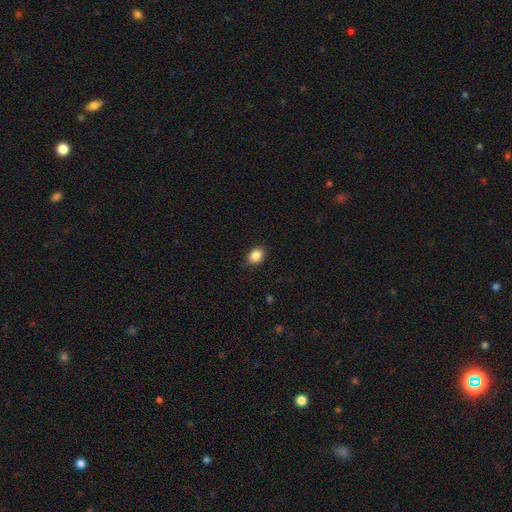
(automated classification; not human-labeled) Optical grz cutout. It shows a smooth galaxy with no disk features (88%) that is in between round and cigar-shaped (64%). Merging: none (90%).